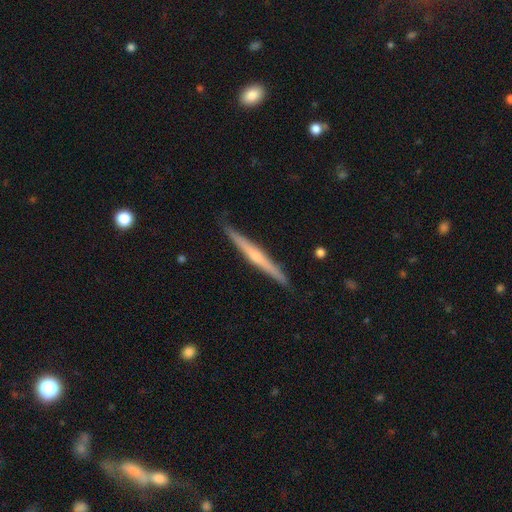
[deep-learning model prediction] Smooth or featured? featured or disk (64%)
Edge-on disk? yes (98%)
Edge-on bulge? rounded (60%)
Merging? none (89%)